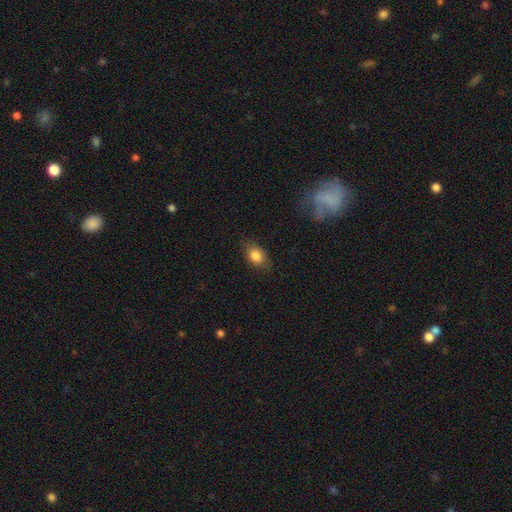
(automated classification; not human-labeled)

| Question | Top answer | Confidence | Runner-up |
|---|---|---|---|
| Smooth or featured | smooth | 84% | star or artifact (9%) |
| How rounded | in between | 73% | round (25%) |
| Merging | none | 81% | minor disturbance (15%) |